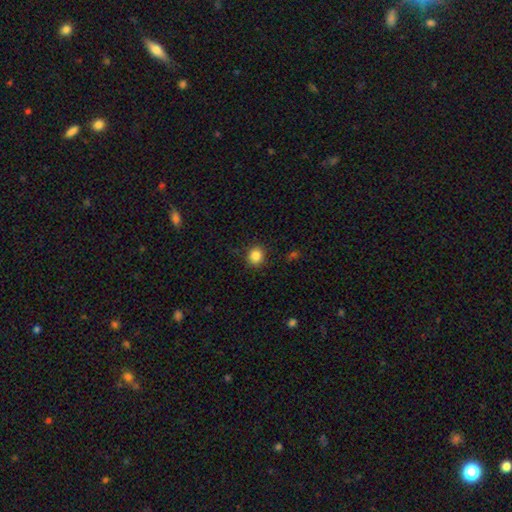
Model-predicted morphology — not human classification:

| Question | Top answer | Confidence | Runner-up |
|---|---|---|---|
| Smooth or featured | smooth | 86% | star or artifact (10%) |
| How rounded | round | 80% | in between (19%) |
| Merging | none | 88% | minor disturbance (8%) |